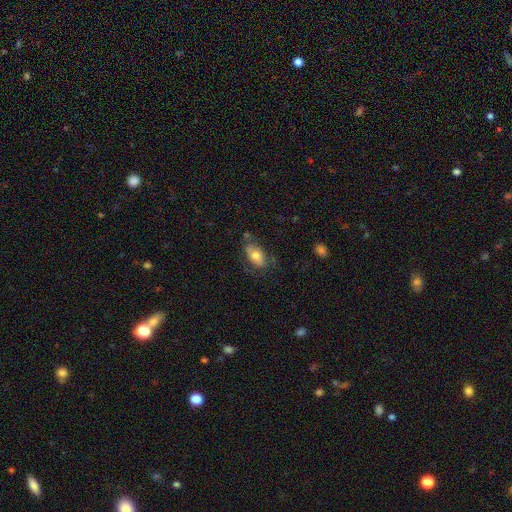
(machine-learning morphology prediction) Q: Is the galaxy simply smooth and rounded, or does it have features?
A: smooth — 66%.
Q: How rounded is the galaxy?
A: in between — 89%.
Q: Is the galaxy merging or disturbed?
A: none — 57%.